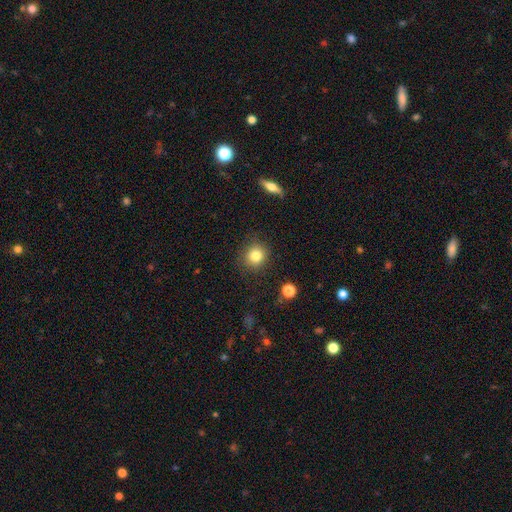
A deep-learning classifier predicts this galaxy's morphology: Q: Smooth or featured?
A: smooth (82%); runner-up: star or artifact (11%)
Q: How rounded?
A: round (88%); runner-up: in between (11%)
Q: Merging?
A: none (87%); runner-up: minor disturbance (9%)